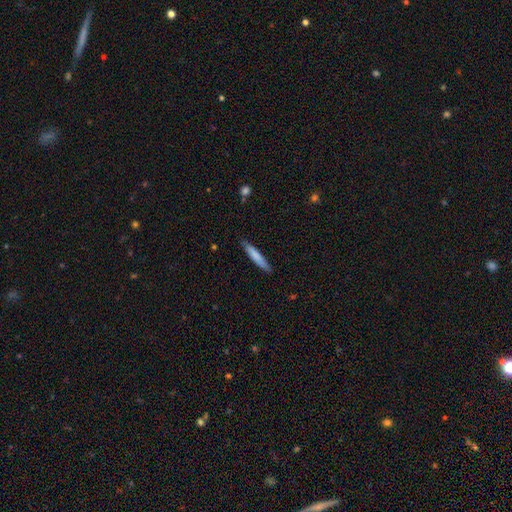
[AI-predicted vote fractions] A smooth galaxy with no disk features (75%) that is cigar-shaped (92%). Merging: none (86%).